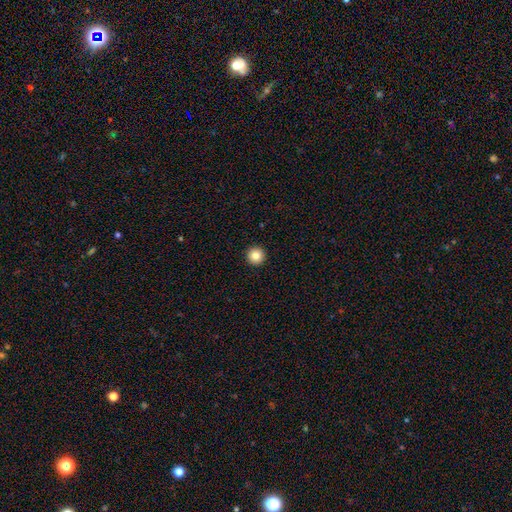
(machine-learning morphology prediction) smooth_or_featured: smooth (p=0.84) [alt: star or artifact p=0.10]
how_rounded: round (p=0.97) [alt: in between p=0.02]
merging: none (p=0.94) [alt: minor disturbance p=0.03]